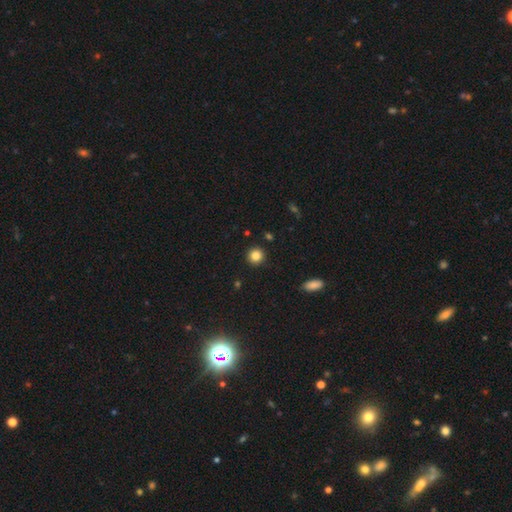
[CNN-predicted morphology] type=smooth (84%); roundness=round (93%); merging=none (91%).